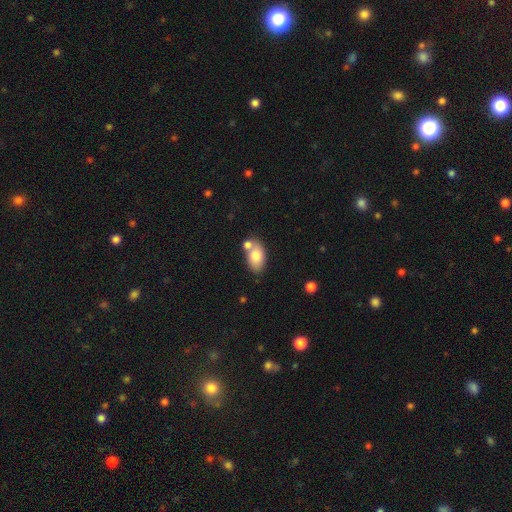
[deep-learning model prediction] Morphology: type=smooth (76%); roundness=in between (90%); merging=none (51%).